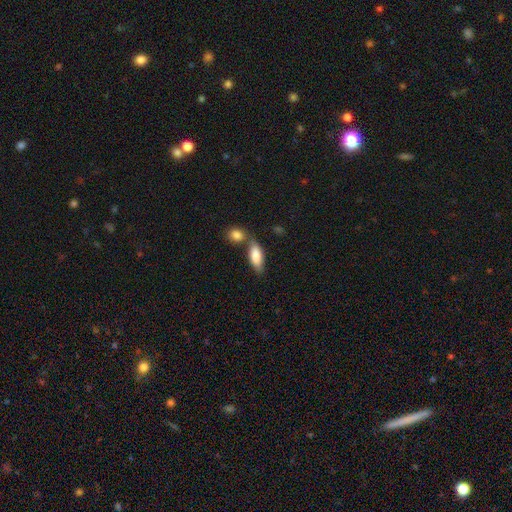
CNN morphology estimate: Smooth or featured? Predicted: smooth (p=0.82). How rounded? Predicted: in between (p=0.77). Merging? Predicted: none (p=0.52).